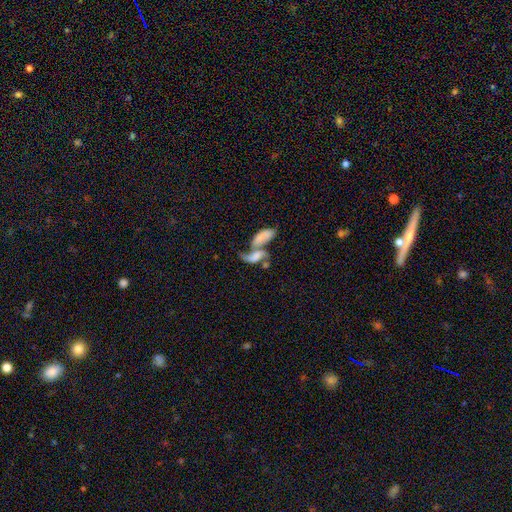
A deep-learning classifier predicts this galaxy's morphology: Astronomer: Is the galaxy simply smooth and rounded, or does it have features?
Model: smooth — 47% (runner-up: featured or disk, 43%).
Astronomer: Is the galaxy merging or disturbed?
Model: merger — 73%.